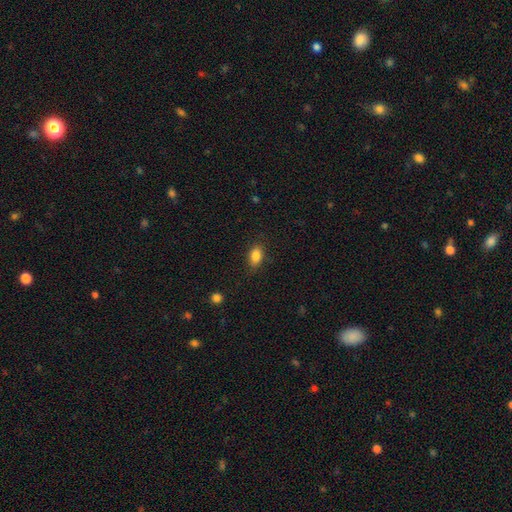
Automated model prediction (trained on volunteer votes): Smooth or featured? Predicted: smooth (p=0.85). How rounded? Predicted: in between (p=0.85). Merging? Predicted: none (p=0.81).